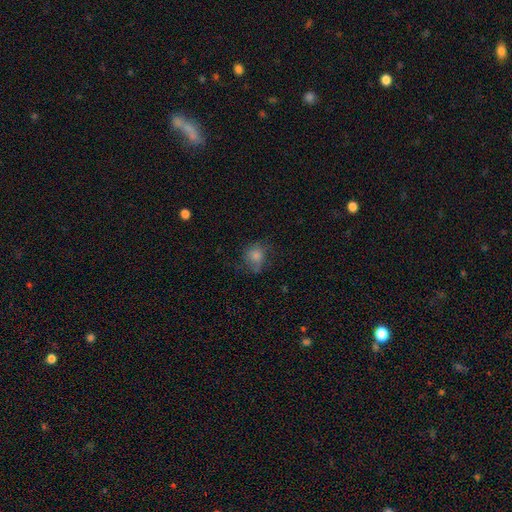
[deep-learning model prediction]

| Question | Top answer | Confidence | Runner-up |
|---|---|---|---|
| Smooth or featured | smooth | 74% | featured or disk (14%) |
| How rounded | round | 71% | in between (28%) |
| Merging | none | 56% | minor disturbance (26%) |